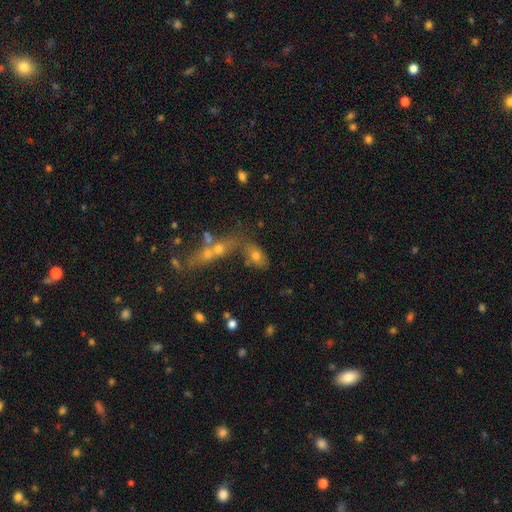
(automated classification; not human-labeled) A smooth galaxy with no disk features (68%) that is in between round and cigar-shaped (79%). Merging: none (41%).